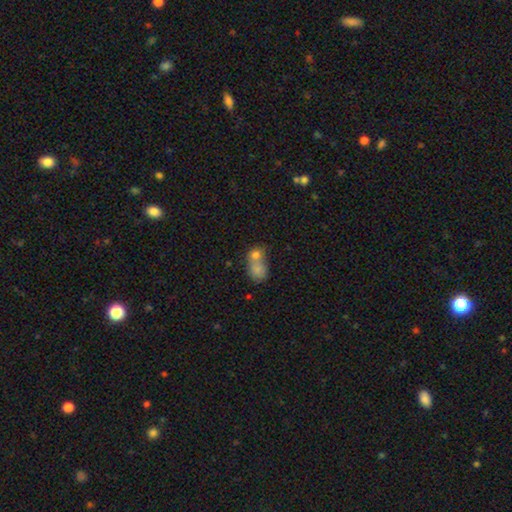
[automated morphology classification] Smooth or featured? Predicted: smooth (p=0.75). How rounded? Predicted: round (p=0.50). Merging? Predicted: merger (p=0.66).